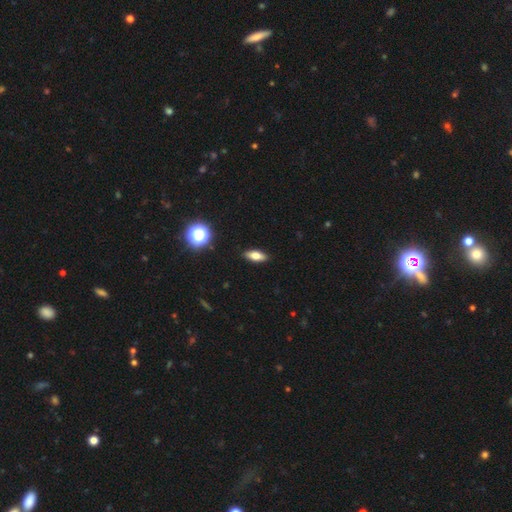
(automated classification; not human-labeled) smooth_or_featured: smooth (p=0.70) [alt: featured or disk p=0.20]
how_rounded: in between (p=0.73) [alt: cigar-shaped p=0.23]
merging: none (p=0.89) [alt: minor disturbance p=0.08]